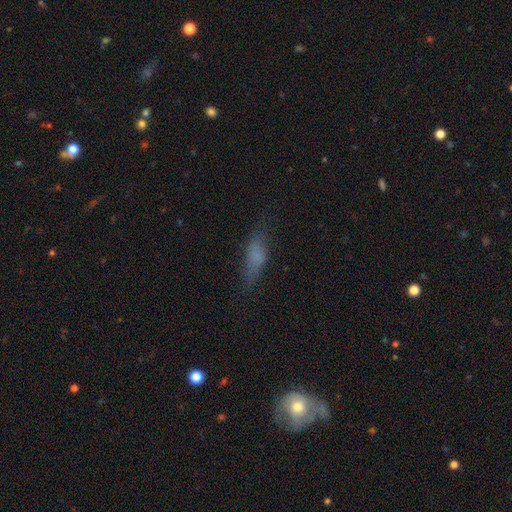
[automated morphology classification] Smooth or featured? smooth (65%)
How rounded? in between (51%)
Merging? none (57%)